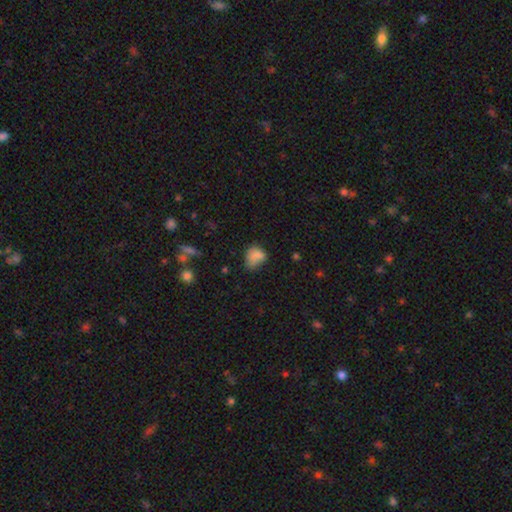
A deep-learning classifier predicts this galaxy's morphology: A smooth galaxy with no disk features (76%) that is in between round and cigar-shaped (63%).

Vote fractions:
- Smooth or featured? smooth: 76% / star or artifact: 12% / featured or disk: 12%
- How rounded? in between: 63% / round: 36% / cigar-shaped: 1%
- Merging? none: 38% / minor disturbance: 33% / major disturbance: 19% / merger: 10%